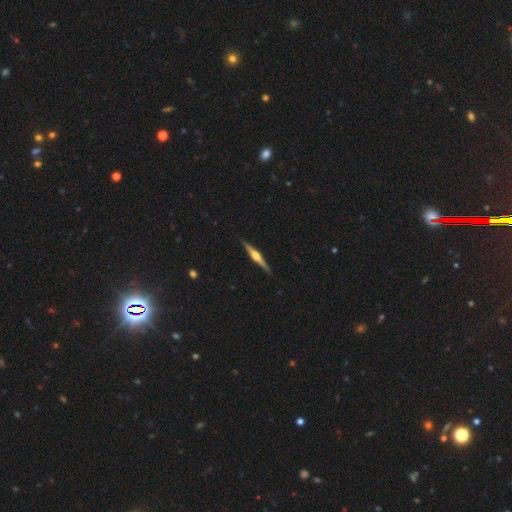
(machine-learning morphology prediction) Smooth or featured? featured or disk (79%)
Edge-on disk? yes (98%)
Edge-on bulge? rounded (89%)
Merging? none (91%)